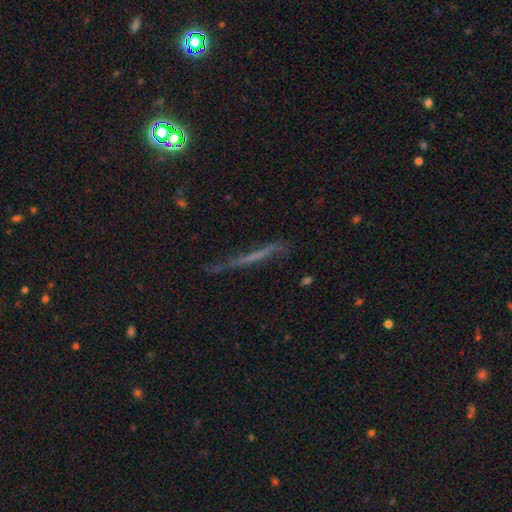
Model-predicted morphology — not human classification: Smooth or featured? Predicted: featured or disk (p=0.49). Merging? Predicted: none (p=0.65).